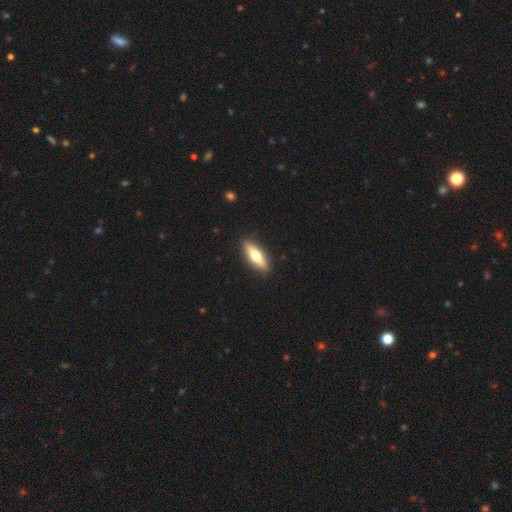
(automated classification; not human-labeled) Q: Smooth or featured?
A: smooth (49%); runner-up: featured or disk (45%)
Q: Merging?
A: none (90%); runner-up: minor disturbance (7%)